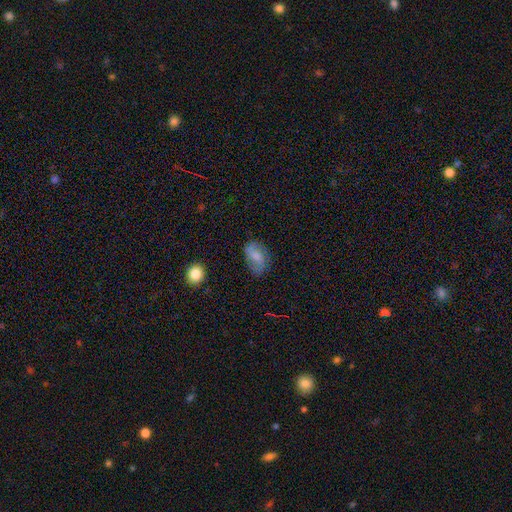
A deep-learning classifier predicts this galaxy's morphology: A smooth galaxy with no disk features (55%) that is in between round and cigar-shaped (87%). Merging: none (65%).